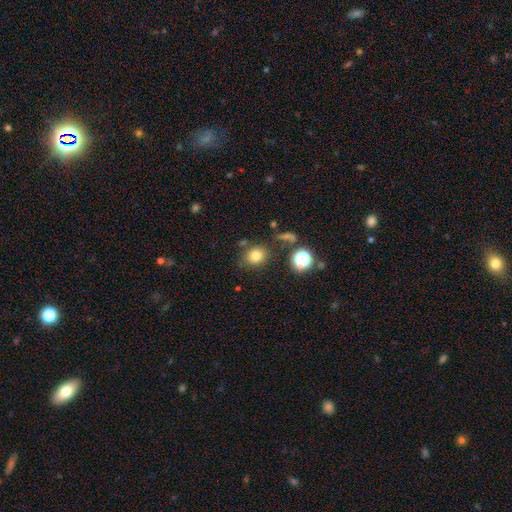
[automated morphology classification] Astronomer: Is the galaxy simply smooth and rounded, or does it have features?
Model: smooth — 78%.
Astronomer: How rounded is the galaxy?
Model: round — 71%.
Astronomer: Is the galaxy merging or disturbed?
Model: none — 76%.